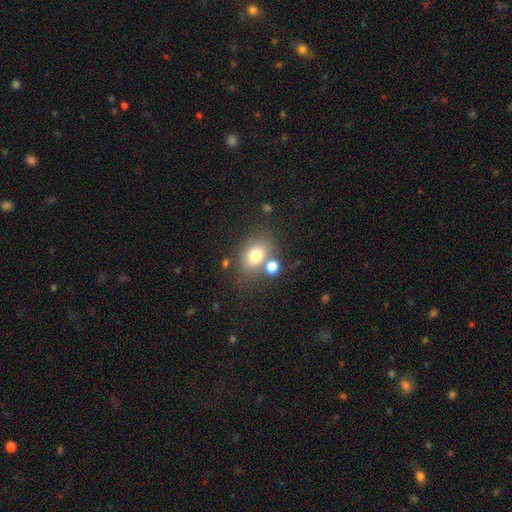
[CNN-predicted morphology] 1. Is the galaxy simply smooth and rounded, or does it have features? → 74% smooth, 14% featured or disk, 12% star or artifact.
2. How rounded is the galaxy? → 59% in between, 40% round, 1% cigar-shaped.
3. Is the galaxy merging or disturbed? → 61% none, 20% merger, 13% minor disturbance, 5% major disturbance.